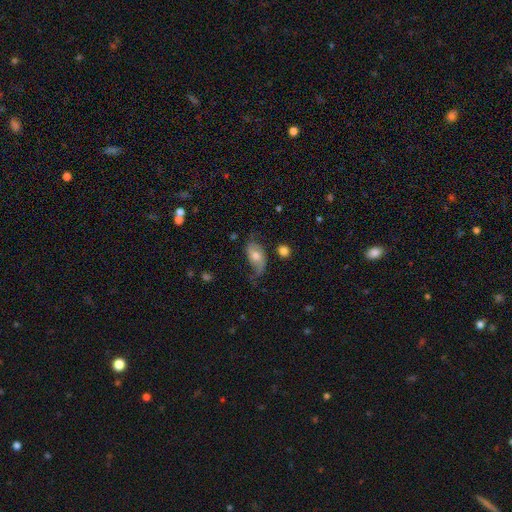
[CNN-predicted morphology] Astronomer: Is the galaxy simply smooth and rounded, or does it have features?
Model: featured or disk — 54% (runner-up: smooth, 38%).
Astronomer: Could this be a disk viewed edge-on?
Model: no — 93%.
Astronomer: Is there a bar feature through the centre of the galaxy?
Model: no — 65%.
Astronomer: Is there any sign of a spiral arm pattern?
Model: yes — 81%.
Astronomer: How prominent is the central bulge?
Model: moderate — 67%.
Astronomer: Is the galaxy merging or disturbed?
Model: none — 51% (runner-up: minor disturbance, 29%).